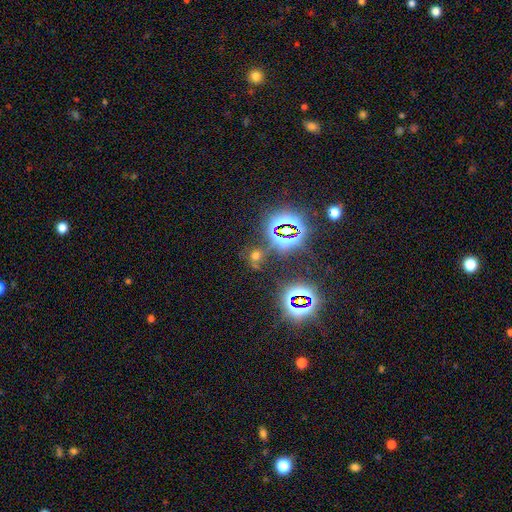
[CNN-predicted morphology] Smooth or featured?
  - star or artifact: 57% *
  - smooth: 34%
  - featured or disk: 9%